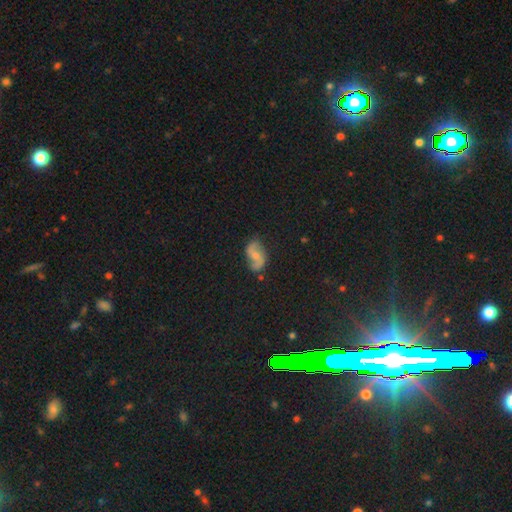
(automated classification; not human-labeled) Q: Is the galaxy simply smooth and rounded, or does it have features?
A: featured or disk — 70%.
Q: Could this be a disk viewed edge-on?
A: no — 97%.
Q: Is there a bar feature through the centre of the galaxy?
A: no — 48%.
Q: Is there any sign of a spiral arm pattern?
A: yes — 91%.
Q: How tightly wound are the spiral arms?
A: loose — 57%.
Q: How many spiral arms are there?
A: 2 — 92%.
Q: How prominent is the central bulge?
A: moderate — 49%.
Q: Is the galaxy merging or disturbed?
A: none — 75%.